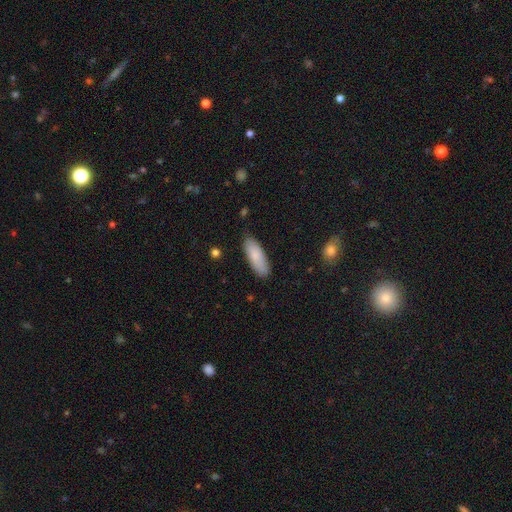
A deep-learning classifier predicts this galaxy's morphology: This is clearly a smooth galaxy (83%). How rounded: likely in between (66%). Merging: clearly none (82%).